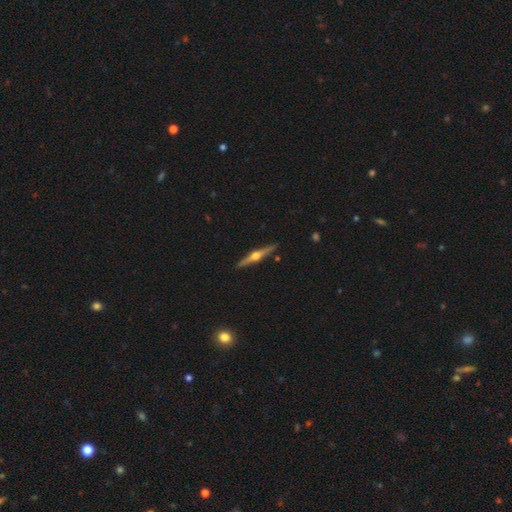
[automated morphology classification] This is clearly a featured or disk galaxy (80%). It is clearly viewed edge-on (98%). Edge-on bulge: clearly rounded (96%). Merging: clearly none (91%).